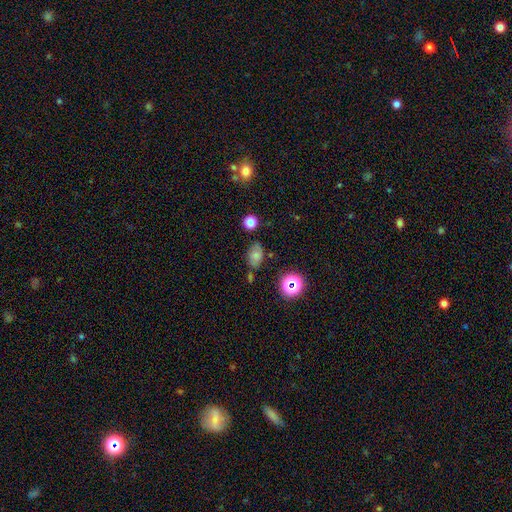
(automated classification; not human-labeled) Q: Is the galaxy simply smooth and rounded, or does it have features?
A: smooth — 65%.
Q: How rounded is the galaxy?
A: in between — 81%.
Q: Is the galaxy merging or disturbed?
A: none — 69%.